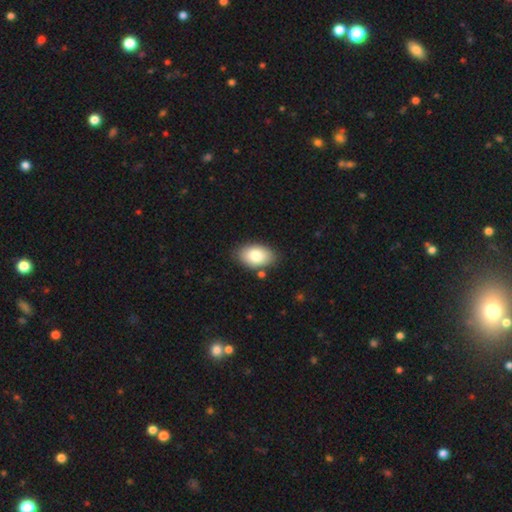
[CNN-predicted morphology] Q: Smooth or featured?
A: smooth (82%); runner-up: featured or disk (11%)
Q: How rounded?
A: in between (92%); runner-up: round (7%)
Q: Merging?
A: none (81%); runner-up: minor disturbance (13%)